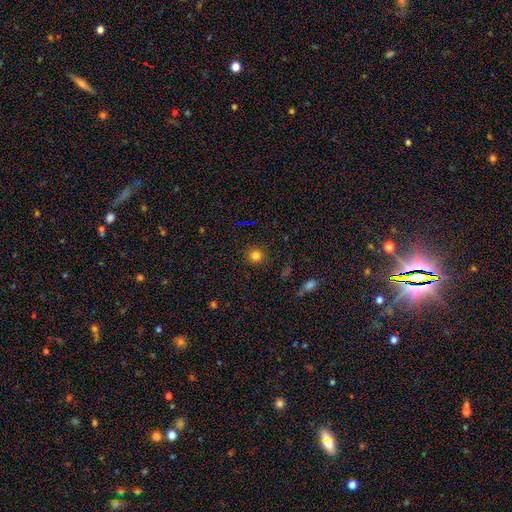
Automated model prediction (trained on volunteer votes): Overall: smooth (79%). How rounded: round (91%). Merging: none (89%).